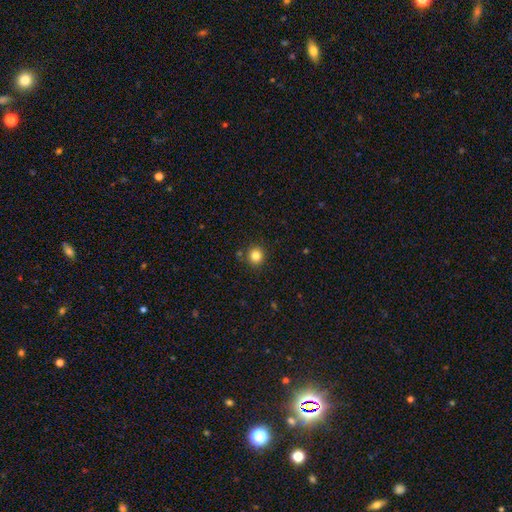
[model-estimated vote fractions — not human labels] This is clearly a smooth galaxy (83%). How rounded: clearly round (91%). Merging: clearly none (88%).